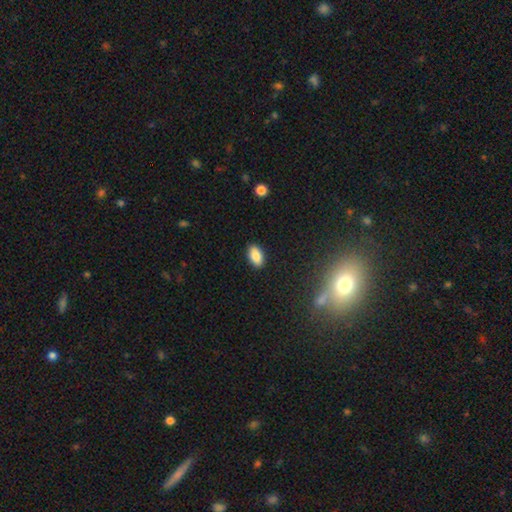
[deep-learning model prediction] Smooth or featured?
  - smooth: 85% *
  - star or artifact: 8%
  - featured or disk: 7%
How rounded?
  - in between: 92% *
  - cigar-shaped: 4%
  - round: 4%
Merging?
  - none: 89% *
  - minor disturbance: 8%
  - major disturbance: 2%
  - merger: 1%